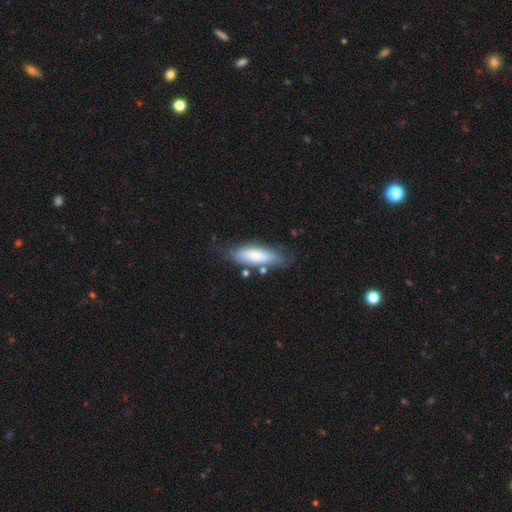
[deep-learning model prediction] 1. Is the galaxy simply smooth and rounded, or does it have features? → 70% smooth, 24% featured or disk, 6% star or artifact.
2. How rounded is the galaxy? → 57% in between, 42% cigar-shaped, 2% round.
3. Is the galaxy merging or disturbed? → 62% none, 23% minor disturbance, 9% major disturbance, 6% merger.